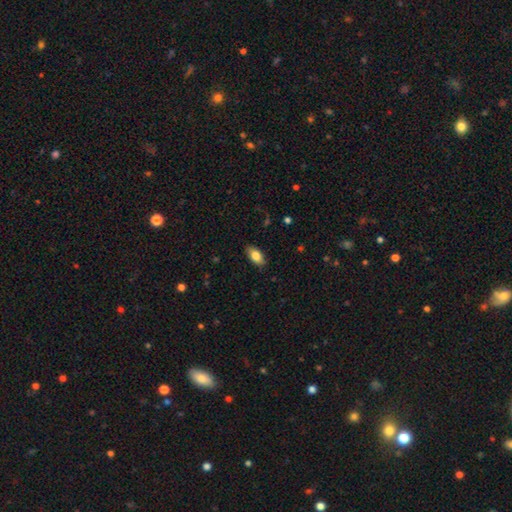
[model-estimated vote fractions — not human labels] smooth 81%, featured or disk 12%, star or artifact 7%. Down the decision tree: how rounded — in between (90%); merging — none (86%).